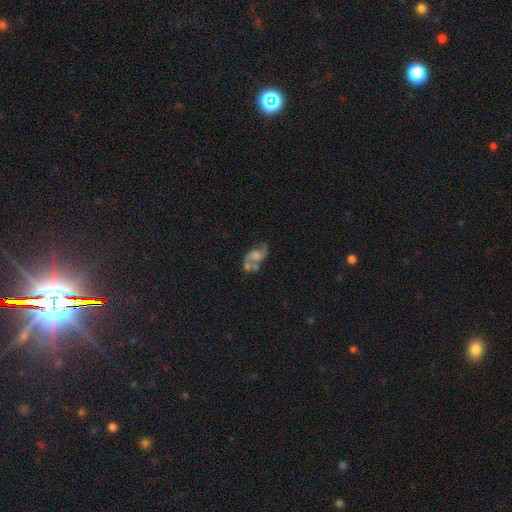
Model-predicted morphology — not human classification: featured or disk 71%, smooth 20%, star or artifact 9%. Down the decision tree: edge-on disk — no (97%); bar — no (64%); spiral arms — yes (85%); spiral arm count — 2 (87%); spiral winding — loose (56%); bulge size — moderate (39%); merging — none (38%).